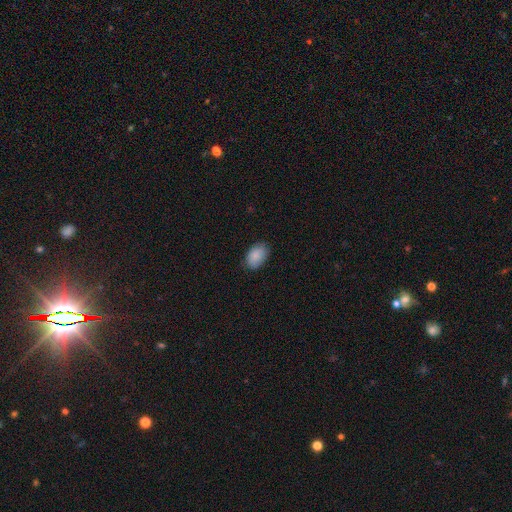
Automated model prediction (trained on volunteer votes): Q: Smooth or featured?
A: smooth (88%); runner-up: star or artifact (6%)
Q: How rounded?
A: in between (89%); runner-up: round (9%)
Q: Merging?
A: none (83%); runner-up: minor disturbance (13%)